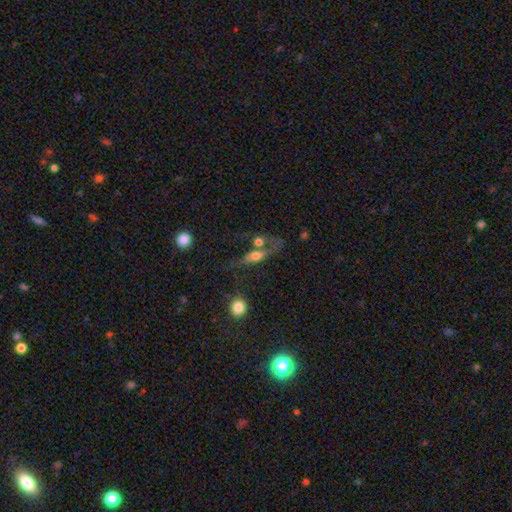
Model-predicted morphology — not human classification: type=smooth (46%); merging=none (40%).